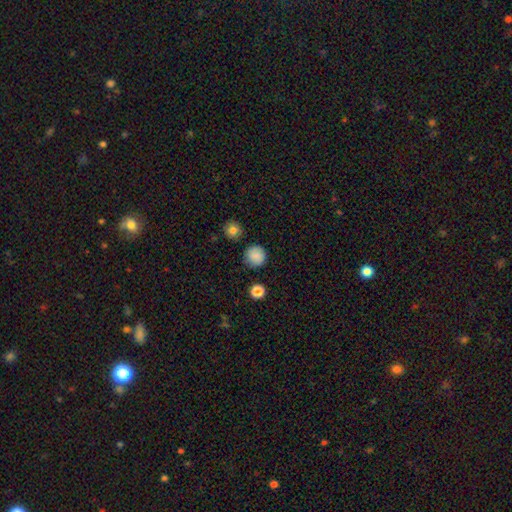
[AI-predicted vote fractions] smooth-or-featured: smooth: 84% | star or artifact: 10% | featured or disk: 6%
  how-rounded: round: 93% | in between: 6% | cigar-shaped: 1%
  merging: none: 85% | minor disturbance: 10% | major disturbance: 3% | merger: 2%